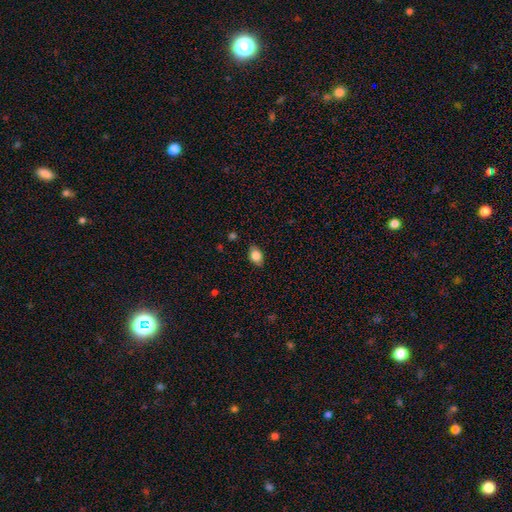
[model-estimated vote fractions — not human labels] This is clearly a smooth galaxy (83%). How rounded: likely in between (79%). Merging: clearly none (83%).